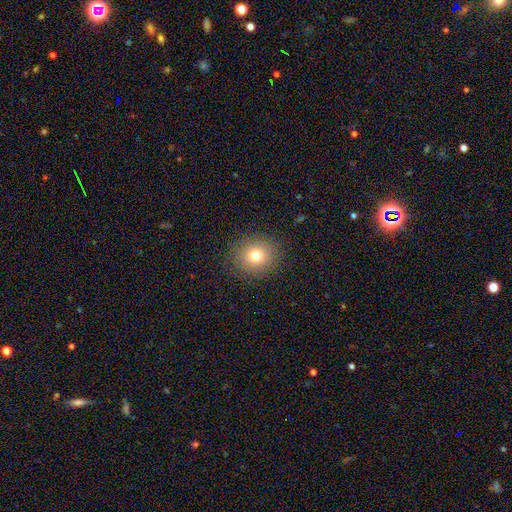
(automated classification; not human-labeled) Smooth or featured?
  - smooth: 76% *
  - star or artifact: 14%
  - featured or disk: 10%
How rounded?
  - round: 80% *
  - in between: 19%
  - cigar-shaped: 1%
Merging?
  - none: 88% *
  - minor disturbance: 7%
  - major disturbance: 3%
  - merger: 1%